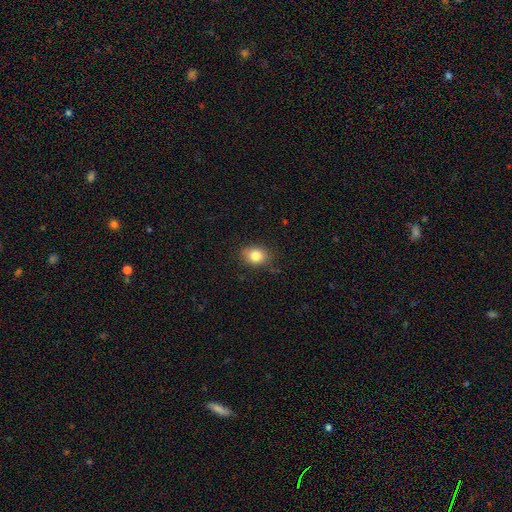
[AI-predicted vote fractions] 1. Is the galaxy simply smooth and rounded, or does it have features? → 82% smooth, 10% star or artifact, 8% featured or disk.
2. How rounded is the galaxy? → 54% in between, 44% round, 1% cigar-shaped.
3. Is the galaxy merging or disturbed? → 81% none, 15% minor disturbance, 3% major disturbance, 1% merger.